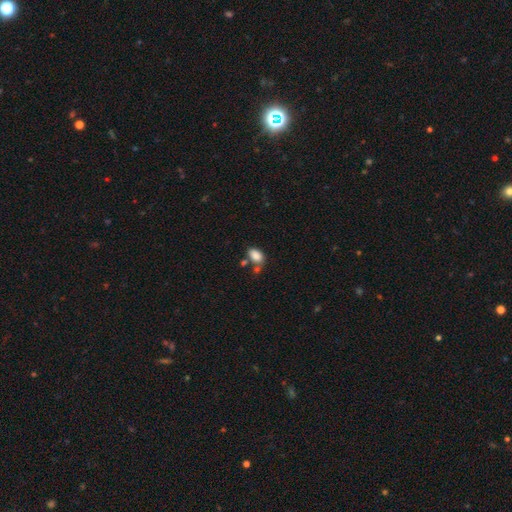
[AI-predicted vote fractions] smooth_or_featured: smooth (p=0.85) [alt: star or artifact p=0.09]
how_rounded: in between (p=0.87) [alt: round p=0.12]
merging: none (p=0.51) [alt: merger p=0.24]